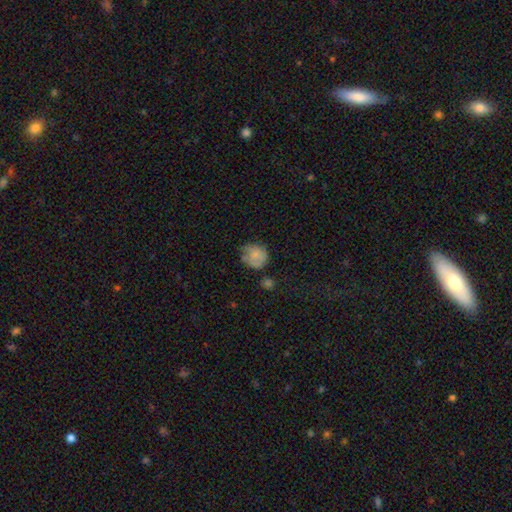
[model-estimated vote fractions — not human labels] smooth_or_featured: smooth (p=0.68) [alt: featured or disk p=0.23]
how_rounded: round (p=0.76) [alt: in between p=0.23]
merging: none (p=0.49) [alt: minor disturbance p=0.34]